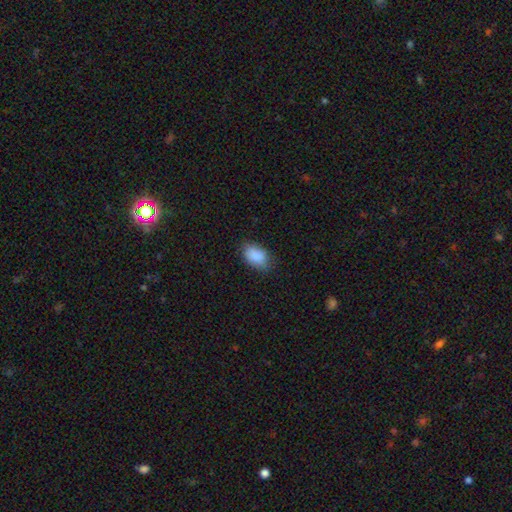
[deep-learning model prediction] smooth_or_featured: smooth (p=0.88) [alt: star or artifact p=0.08]
how_rounded: in between (p=0.89) [alt: round p=0.09]
merging: none (p=0.74) [alt: minor disturbance p=0.20]